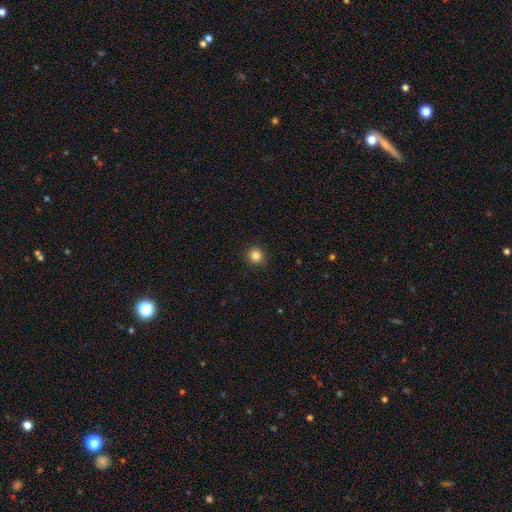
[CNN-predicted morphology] type=smooth (84%); roundness=round (92%); merging=none (92%).